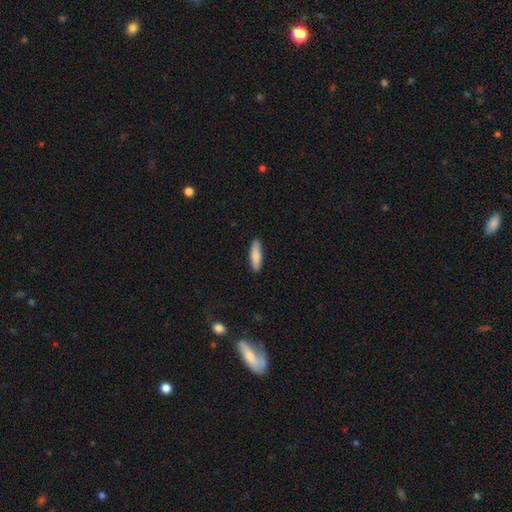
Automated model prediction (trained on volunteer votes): Smooth or featured?
  - smooth: 84% *
  - featured or disk: 10%
  - star or artifact: 5%
How rounded?
  - cigar-shaped: 68% *
  - in between: 31%
  - round: 2%
Merging?
  - none: 88% *
  - minor disturbance: 9%
  - major disturbance: 2%
  - merger: 1%